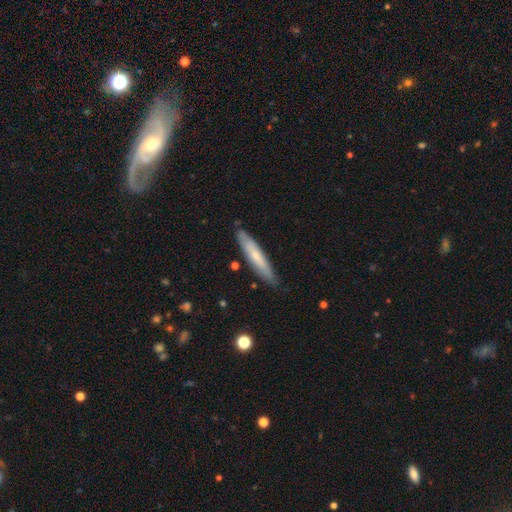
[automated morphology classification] This is possibly a smooth galaxy (60%). How rounded: clearly cigar-shaped (89%). Merging: clearly none (84%).